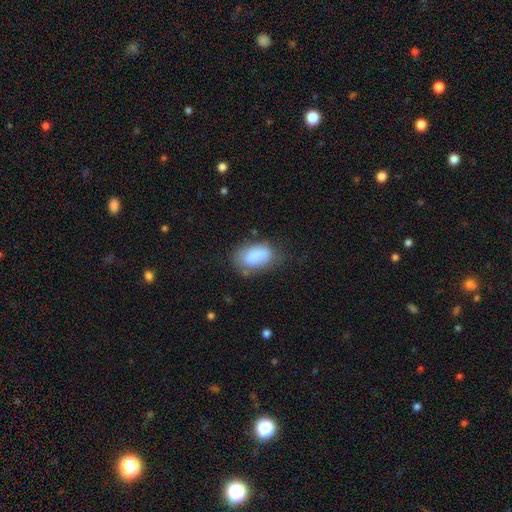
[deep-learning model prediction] Overall: smooth (79%). How rounded: in between (90%). Merging: none (52%; minor disturbance 28%).